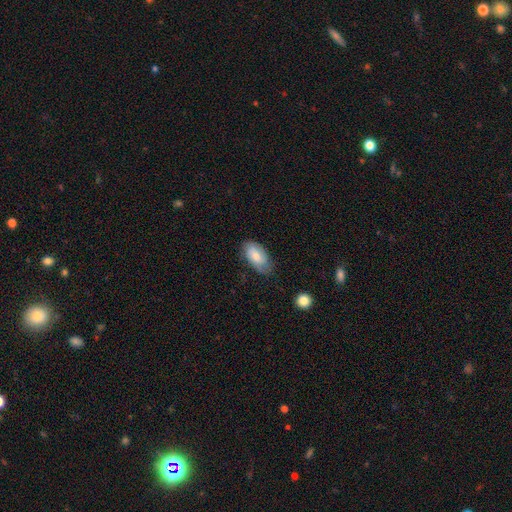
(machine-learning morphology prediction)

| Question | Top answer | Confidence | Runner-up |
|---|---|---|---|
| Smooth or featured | smooth | 66% | featured or disk (28%) |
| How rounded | in between | 93% | round (3%) |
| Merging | none | 69% | minor disturbance (24%) |